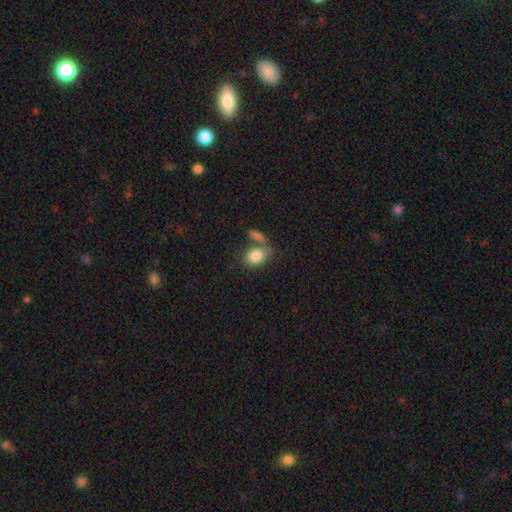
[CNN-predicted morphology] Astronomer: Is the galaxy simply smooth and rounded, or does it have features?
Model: smooth — 82%.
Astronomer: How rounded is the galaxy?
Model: in between — 70%.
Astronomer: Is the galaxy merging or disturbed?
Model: none — 43% (runner-up: merger, 34%).